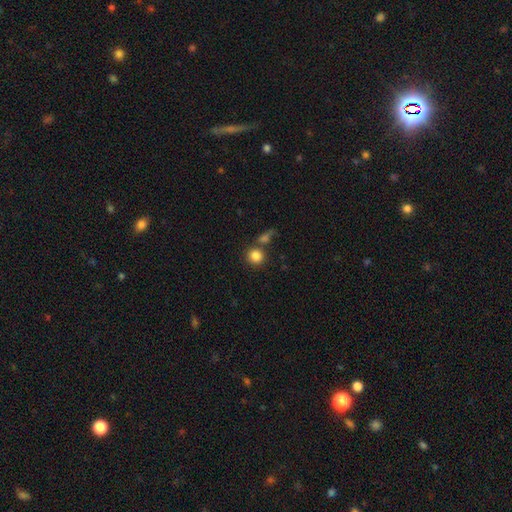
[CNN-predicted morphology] type=smooth (85%); roundness=round (88%); merging=none (69%).